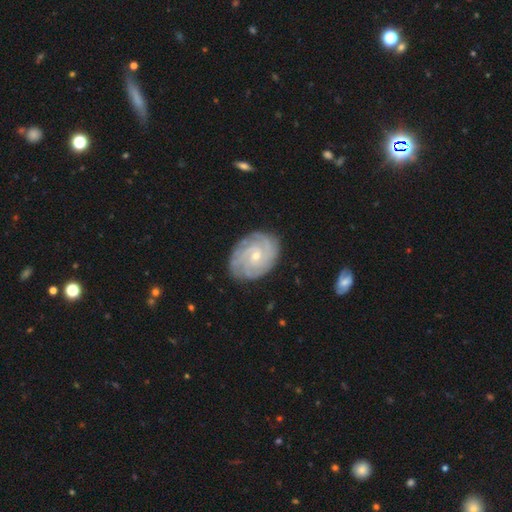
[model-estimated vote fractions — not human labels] The model was most divided on "spiral arm count": can't tell: 31%, 3: 22%, 4: 18%, 2: 16%, more than 4: 7%, 1: 6%. More confident: edge-on disk — no (97%); spiral arms — yes (96%); smooth or featured — featured or disk (84%); merging — none (82%); spiral winding — tight (75%); bar — no (64%); bulge size — small (64%).